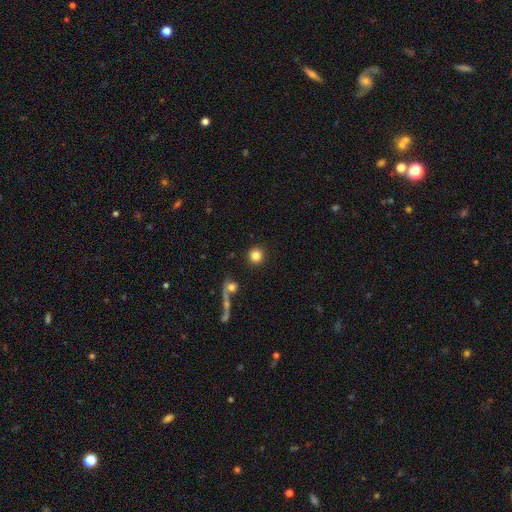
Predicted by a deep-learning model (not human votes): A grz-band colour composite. It shows a smooth galaxy with no disk features (83%) that is round (94%). Merging: none (88%).